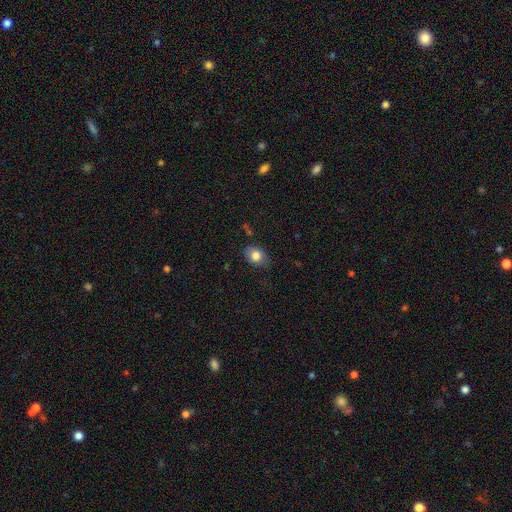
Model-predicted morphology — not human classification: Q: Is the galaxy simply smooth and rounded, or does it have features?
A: smooth — 80%.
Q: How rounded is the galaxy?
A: in between — 60%.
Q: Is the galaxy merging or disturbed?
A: none — 72%.